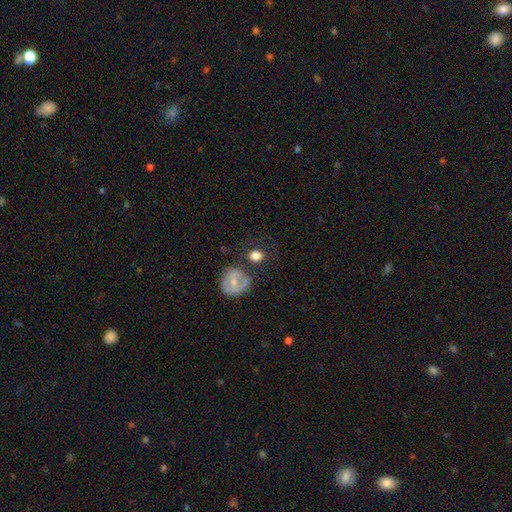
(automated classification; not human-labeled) smooth_or_featured: smooth (p=0.76) [alt: featured or disk p=0.16]
how_rounded: round (p=0.73) [alt: in between p=0.25]
merging: none (p=0.66) [alt: minor disturbance p=0.16]